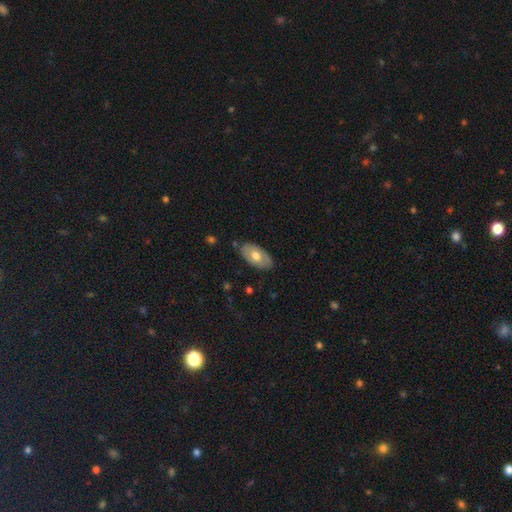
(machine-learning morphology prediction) A smooth galaxy with no disk features (57%) that is in between round and cigar-shaped (94%). Merging: none (80%).